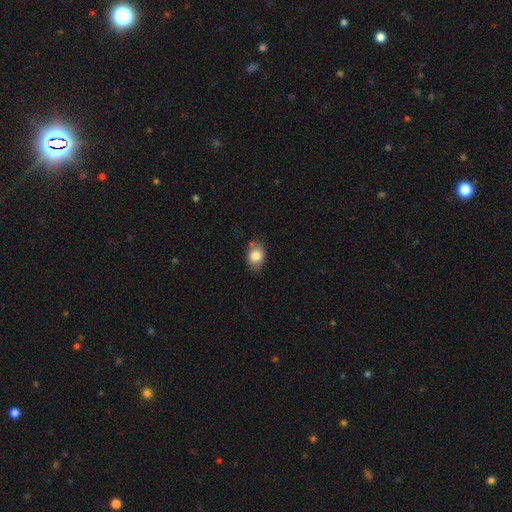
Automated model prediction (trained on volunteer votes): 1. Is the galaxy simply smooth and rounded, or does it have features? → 82% smooth, 10% featured or disk, 8% star or artifact.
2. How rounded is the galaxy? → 70% in between, 29% round, 1% cigar-shaped.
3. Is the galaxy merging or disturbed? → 73% none, 19% minor disturbance, 5% merger, 4% major disturbance.